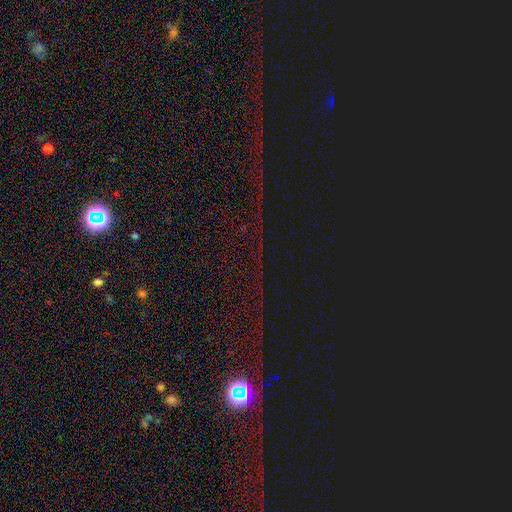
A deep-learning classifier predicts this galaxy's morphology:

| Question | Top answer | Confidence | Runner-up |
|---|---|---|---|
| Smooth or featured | star or artifact | 83% | smooth (9%) |